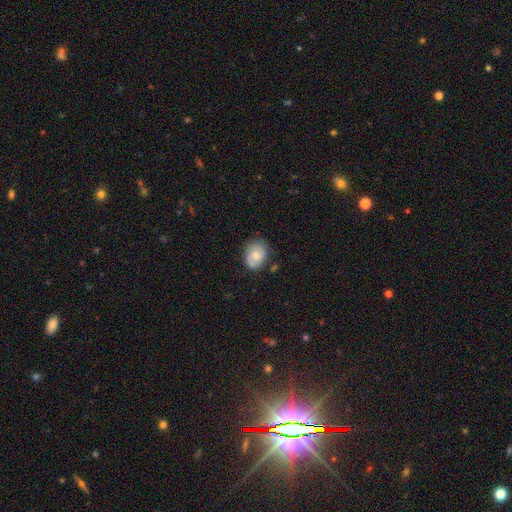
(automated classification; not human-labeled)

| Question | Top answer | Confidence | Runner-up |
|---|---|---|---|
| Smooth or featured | smooth | 56% | featured or disk (37%) |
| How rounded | in between | 53% | round (46%) |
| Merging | none | 68% | minor disturbance (23%) |